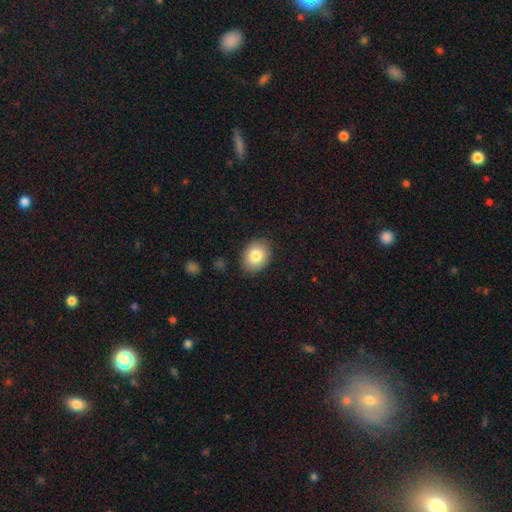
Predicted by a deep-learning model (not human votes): Smooth or featured? Predicted: smooth (p=0.82). How rounded? Predicted: in between (p=0.56). Merging? Predicted: none (p=0.87).